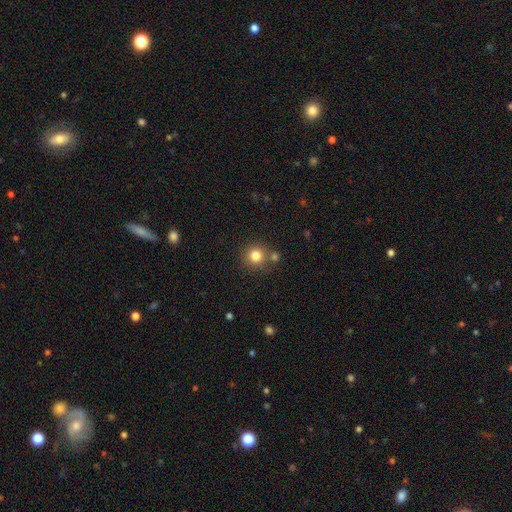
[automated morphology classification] Smooth or featured? smooth (81%)
How rounded? round (93%)
Merging? none (73%)